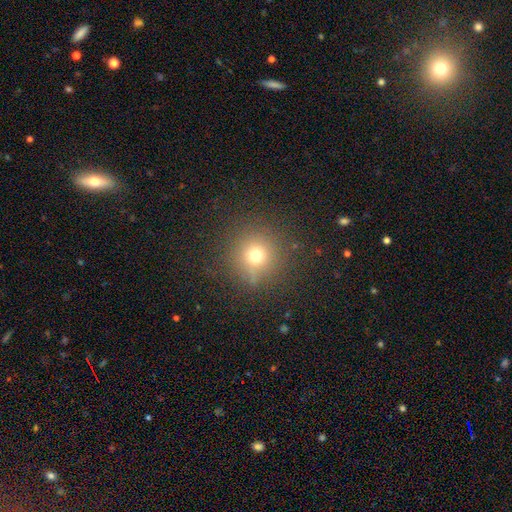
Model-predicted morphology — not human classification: A smooth galaxy with no disk features (69%) that is round (94%). Merging: none (85%).